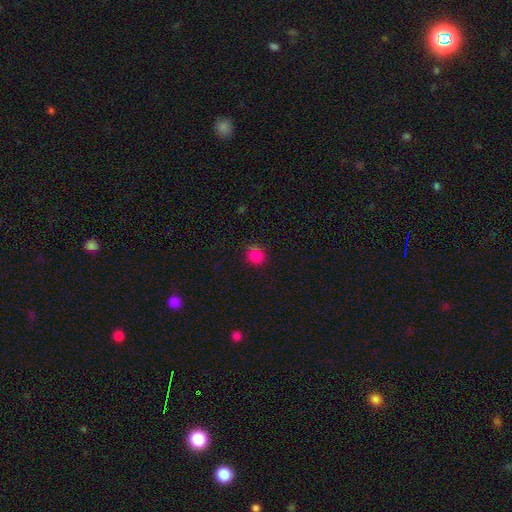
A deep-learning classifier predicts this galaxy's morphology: A smooth galaxy with no disk features (82%) that is round (85%). Merging: none (82%).